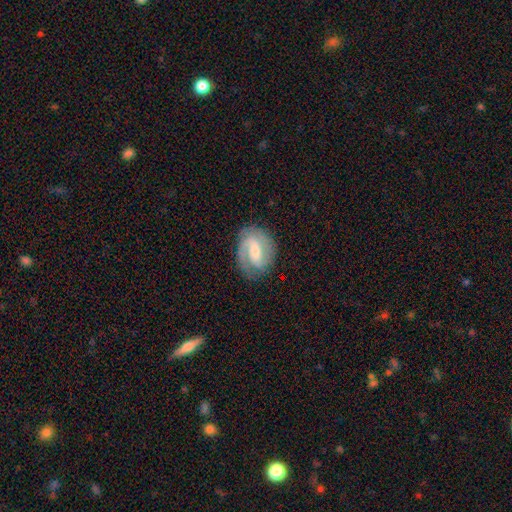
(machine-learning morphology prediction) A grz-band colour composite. It shows a featured or disk galaxy (75%) with a weak bar (49%), 2 (67%) medium (42%) spiral arms (90%) and a small central bulge (51%). Merging: none (76%).